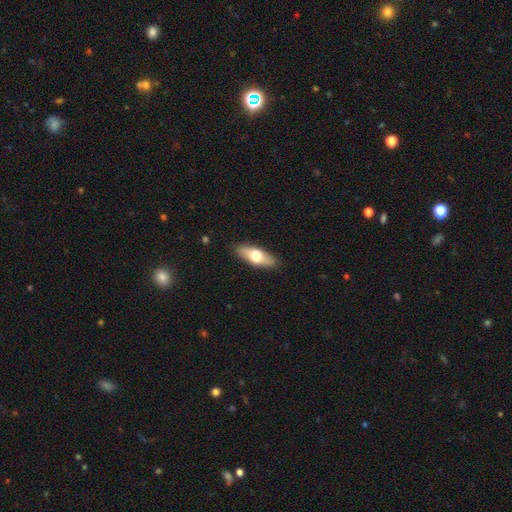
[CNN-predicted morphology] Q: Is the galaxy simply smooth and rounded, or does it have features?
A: smooth — 60%.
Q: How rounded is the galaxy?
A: in between — 68%.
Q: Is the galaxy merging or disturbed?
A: none — 87%.